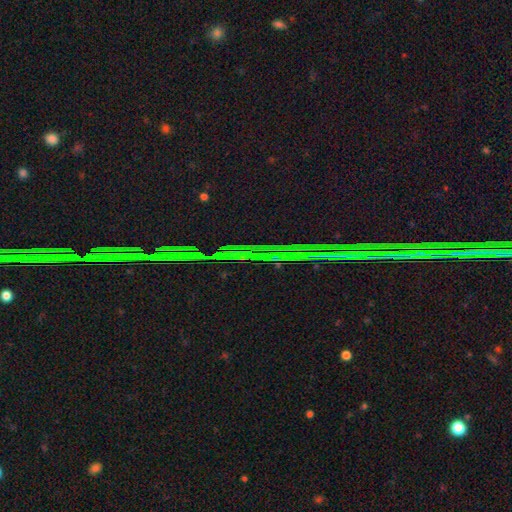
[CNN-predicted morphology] Q: Smooth or featured?
A: star or artifact (86%); runner-up: featured or disk (8%)